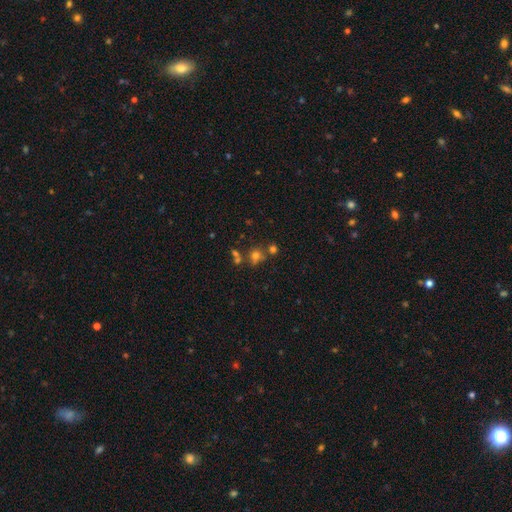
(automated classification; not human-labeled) This is likely a smooth galaxy (63%). How rounded: clearly round (84%). Merging: possibly none (57%).